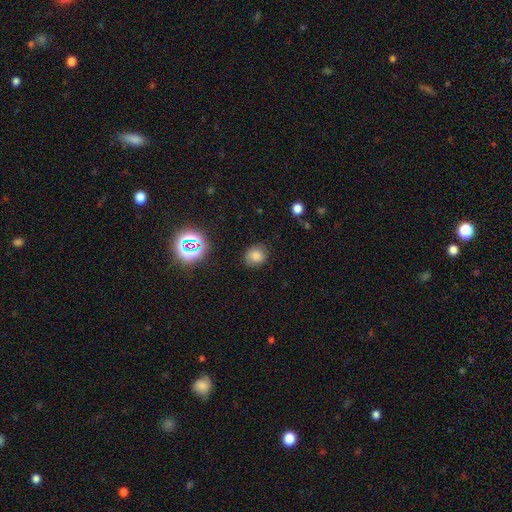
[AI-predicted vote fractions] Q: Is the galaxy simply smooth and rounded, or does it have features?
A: smooth — 77%.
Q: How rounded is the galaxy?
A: round — 73%.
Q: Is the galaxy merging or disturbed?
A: none — 83%.